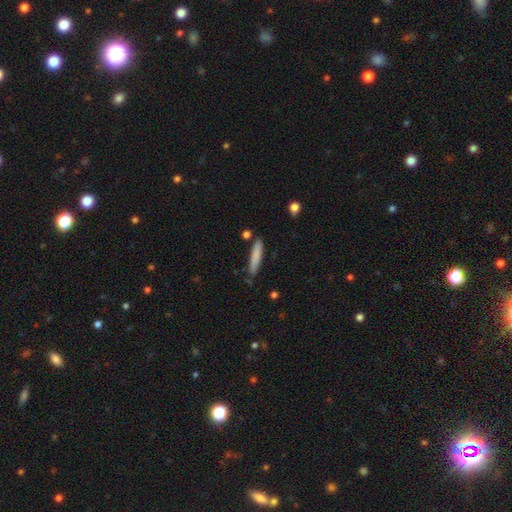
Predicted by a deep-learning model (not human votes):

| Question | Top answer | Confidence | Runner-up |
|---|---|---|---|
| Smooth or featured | smooth | 80% | featured or disk (14%) |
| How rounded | cigar-shaped | 90% | in between (9%) |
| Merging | none | 79% | minor disturbance (15%) |